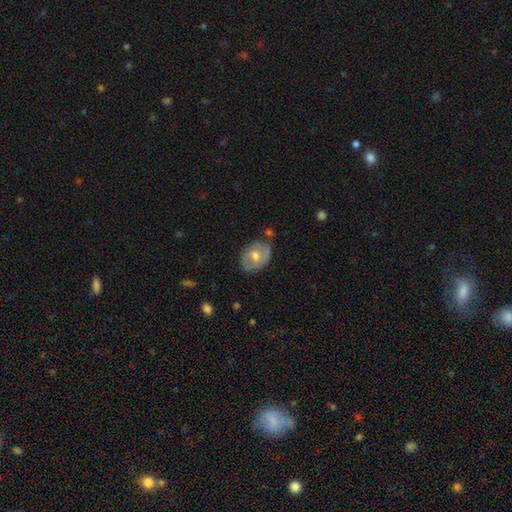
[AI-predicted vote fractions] A featured or disk galaxy (48%).

Vote fractions:
- Smooth or featured? featured or disk: 48% / smooth: 45% / star or artifact: 7%
- Merging? none: 67% / minor disturbance: 24% / major disturbance: 6% / merger: 4%